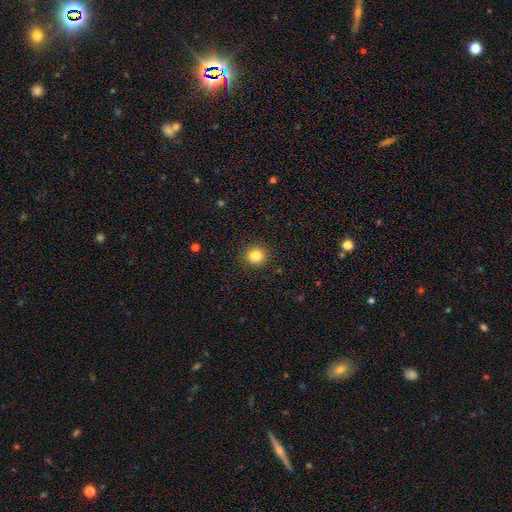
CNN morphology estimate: Smooth or featured: smooth — 84% (star or artifact — 11%)
How rounded: round — 88% (in between — 11%)
Merging: none — 91% (minor disturbance — 6%)